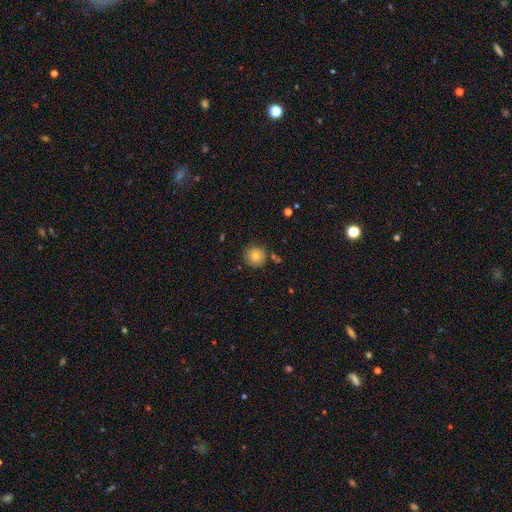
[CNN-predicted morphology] smooth_or_featured: smooth (p=0.78) [alt: star or artifact p=0.11]
how_rounded: round (p=0.95) [alt: in between p=0.04]
merging: none (p=0.85) [alt: minor disturbance p=0.09]